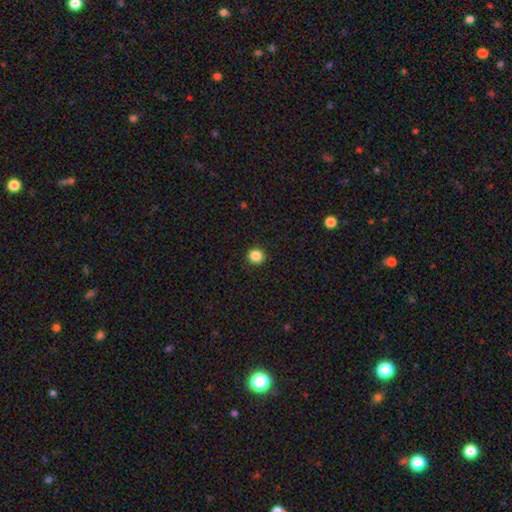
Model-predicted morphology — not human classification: The model was most divided on "smooth or featured": smooth: 86%, star or artifact: 11%, featured or disk: 3%. More confident: merging — none (92%); how rounded — round (92%).